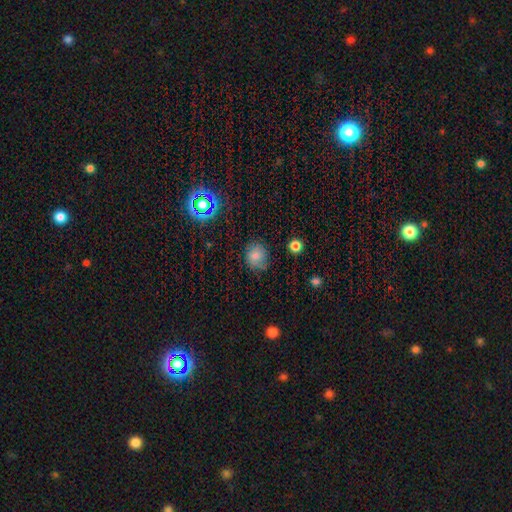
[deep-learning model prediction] This appears to be a smooth galaxy with no disk features (73%) that is round (75%). Merging: none (69%).